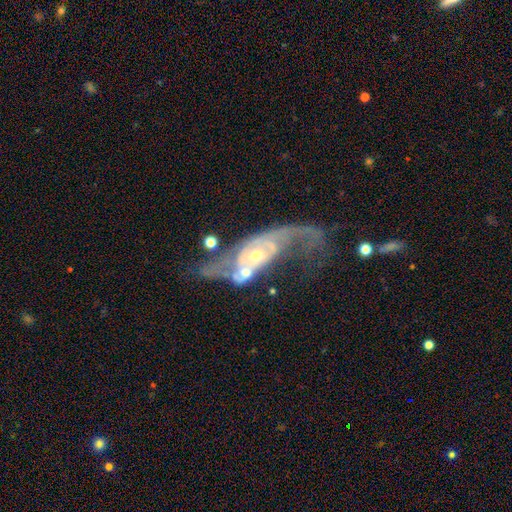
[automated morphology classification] featured or disk 83%, smooth 11%, star or artifact 7%. Down the decision tree: edge-on disk — no (92%); bar — no (66%); spiral arms — yes (84%); spiral arm count — 2 (63%); spiral winding — loose (46%); bulge size — small (53%); merging — merger (33%, tied with major disturbance).